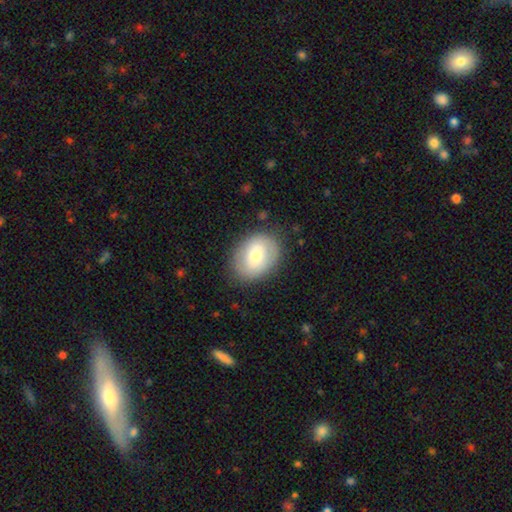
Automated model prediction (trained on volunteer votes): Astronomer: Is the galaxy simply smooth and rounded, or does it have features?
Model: smooth — 62%.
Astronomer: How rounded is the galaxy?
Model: in between — 60% (runner-up: round, 39%).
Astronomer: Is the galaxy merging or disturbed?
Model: none — 81%.